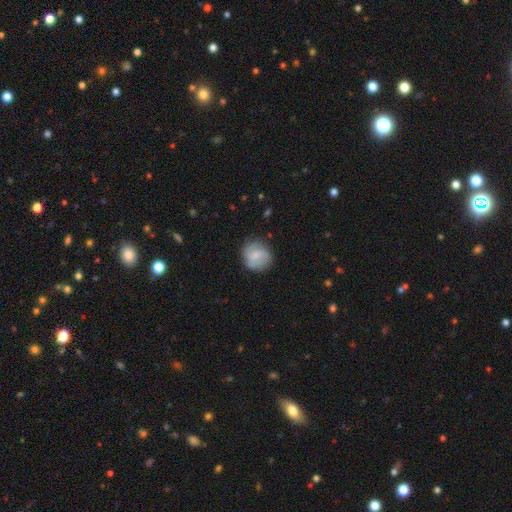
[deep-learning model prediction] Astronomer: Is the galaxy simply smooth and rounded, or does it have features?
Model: smooth — 52% (runner-up: featured or disk, 41%).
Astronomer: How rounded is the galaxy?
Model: round — 84%.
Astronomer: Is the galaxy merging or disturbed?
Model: none — 73%.